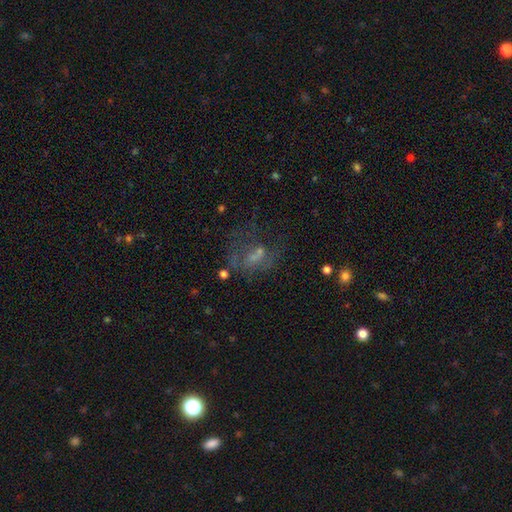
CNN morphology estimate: Overall: featured or disk (44%; smooth 31%). Merging: none (39%; major disturbance 35%).